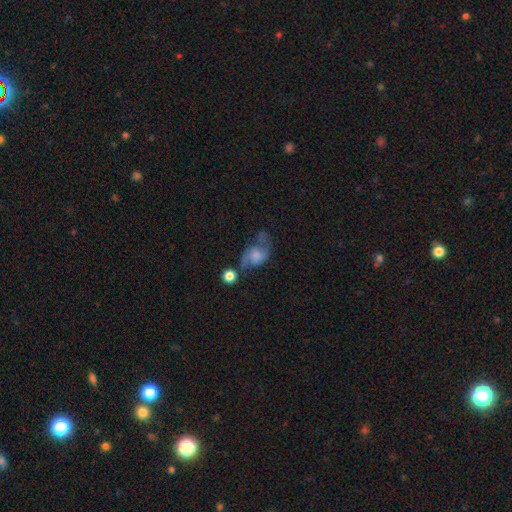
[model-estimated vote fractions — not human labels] featured or disk 53%, smooth 36%, star or artifact 11%. Down the decision tree: edge-on disk — no (95%); bar — no (70%); spiral arms — yes (77%); bulge size — moderate (30%); merging — none (37%).